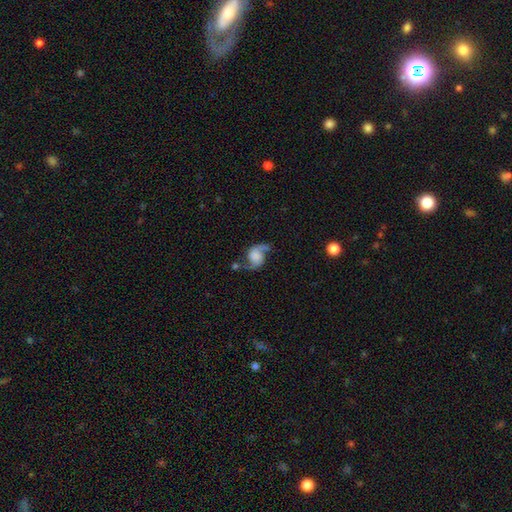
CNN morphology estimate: smooth-or-featured: featured or disk: 83% | smooth: 10% | star or artifact: 7%
  disk-edge-on: no: 98% | yes: 2%
    bar: no: 71% | weak: 23% | strong: 6%
    has-spiral-arms: yes: 96% | no: 4%
      spiral-winding: loose: 64% | medium: 29% | tight: 7%
      spiral-arm-count: 2: 93% | 1: 2% | can't tell: 2% | 3: 1% | 4: 1% | more than 4: 1%
    bulge-size: none: 39% | large: 27% | dominant: 12% | moderate: 12% | small: 11%
  merging: none: 64% | minor disturbance: 19% | major disturbance: 10% | merger: 7%